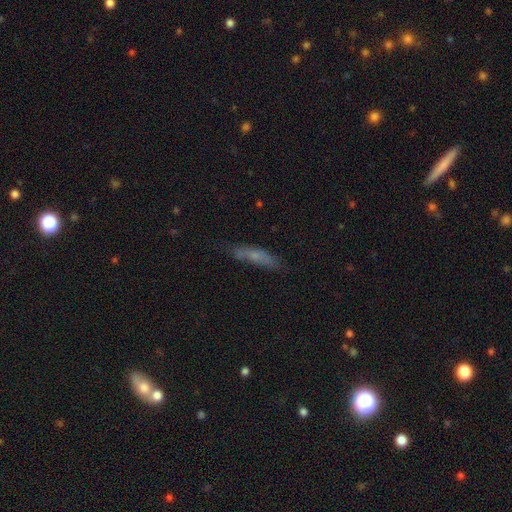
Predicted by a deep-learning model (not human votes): smooth 60%, featured or disk 30%, star or artifact 10%. Down the decision tree: how rounded — cigar-shaped (77%); merging — none (66%).